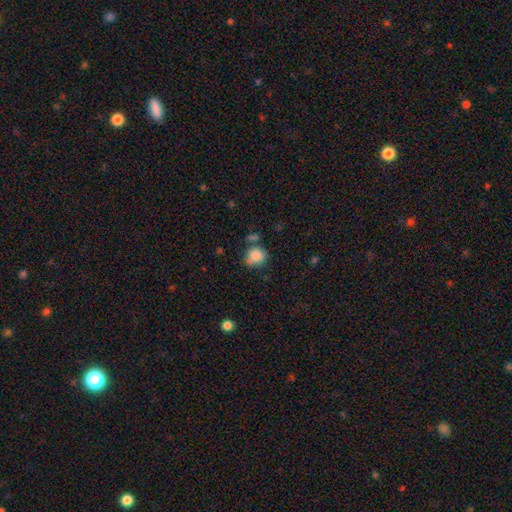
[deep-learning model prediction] Smooth or featured: smooth — 84% (star or artifact — 9%)
How rounded: round — 82% (in between — 17%)
Merging: none — 62% (minor disturbance — 19%)